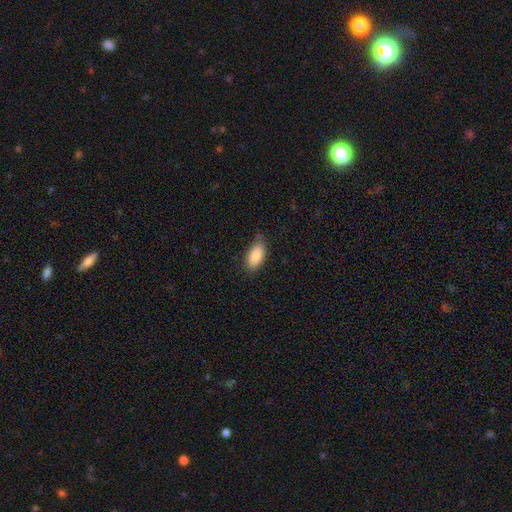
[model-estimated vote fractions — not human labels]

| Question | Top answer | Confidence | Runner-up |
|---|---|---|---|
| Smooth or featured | smooth | 88% | star or artifact (6%) |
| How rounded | in between | 93% | cigar-shaped (5%) |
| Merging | none | 77% | minor disturbance (18%) |